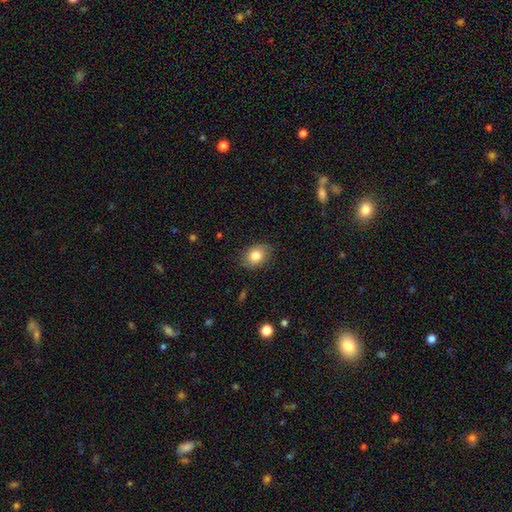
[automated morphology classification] Smooth or featured? Predicted: smooth (p=0.80). How rounded? Predicted: in between (p=0.67). Merging? Predicted: none (p=0.80).